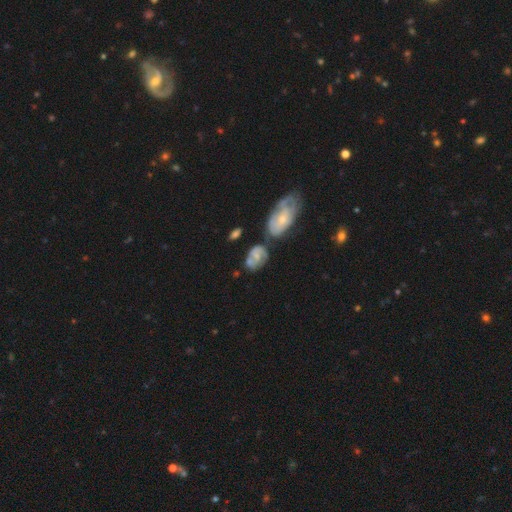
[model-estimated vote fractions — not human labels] Smooth or featured?
  - featured or disk: 57% *
  - smooth: 35%
  - star or artifact: 8%
Edge-on disk?
  - no: 96% *
  - yes: 4%
Bar?
  - no: 69% *
  - weak: 26%
  - strong: 5%
Spiral arms?
  - yes: 71% *
  - no: 29%
Bulge size?
  - small: 50% *
  - moderate: 32%
  - none: 13%
  - large: 3%
  - dominant: 1%
Merging?
  - none: 40% *
  - merger: 29%
  - minor disturbance: 20%
  - major disturbance: 11%